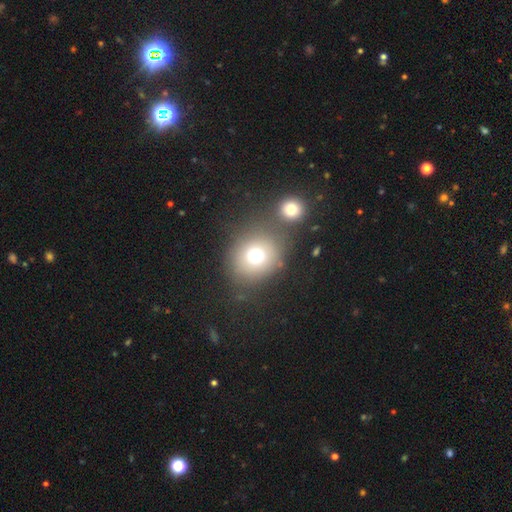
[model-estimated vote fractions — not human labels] smooth-or-featured: smooth: 74% | star or artifact: 13% | featured or disk: 13%
  how-rounded: round: 72% | in between: 27% | cigar-shaped: 1%
  merging: none: 62% | merger: 21% | minor disturbance: 11% | major disturbance: 5%